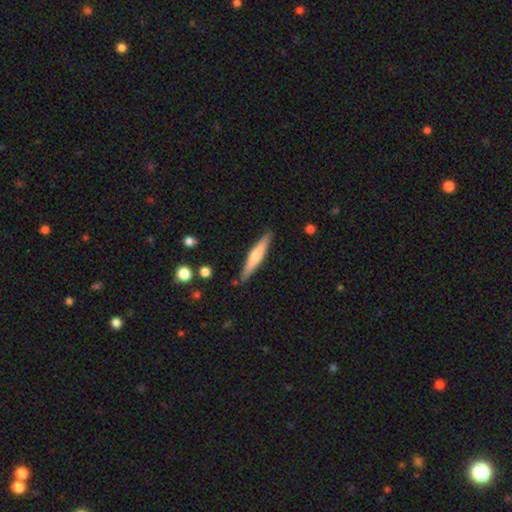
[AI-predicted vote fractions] Smooth or featured? smooth (48%)
Merging? none (88%)